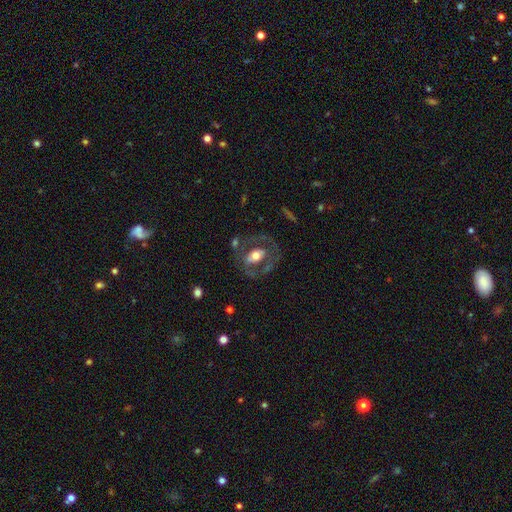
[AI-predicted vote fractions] Q: Smooth or featured?
A: featured or disk (58%); runner-up: smooth (35%)
Q: Edge-on disk?
A: no (93%); runner-up: yes (7%)
Q: Bar?
A: no (61%); runner-up: weak (23%)
Q: Spiral arms?
A: no (73%); runner-up: yes (27%)
Q: Bulge size?
A: moderate (62%); runner-up: large (25%)
Q: Merging?
A: none (63%); runner-up: minor disturbance (17%)